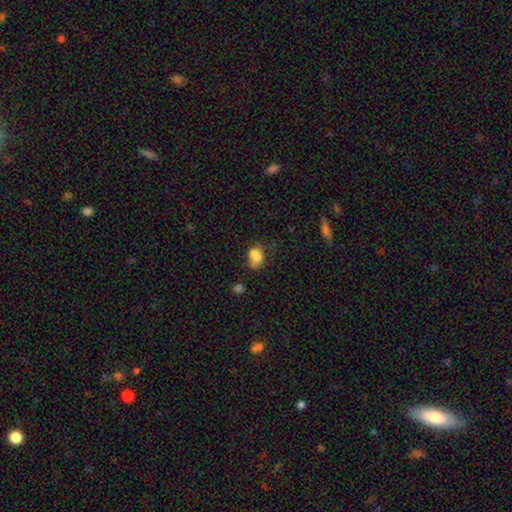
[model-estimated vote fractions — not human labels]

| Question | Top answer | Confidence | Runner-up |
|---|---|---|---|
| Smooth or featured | smooth | 74% | featured or disk (15%) |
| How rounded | in between | 74% | round (24%) |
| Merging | none | 34% | merger (32%) |